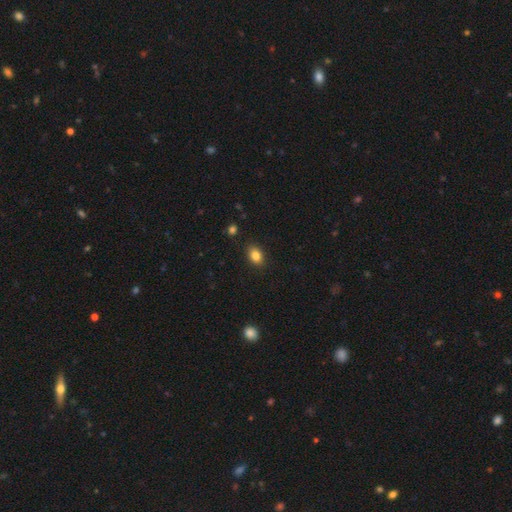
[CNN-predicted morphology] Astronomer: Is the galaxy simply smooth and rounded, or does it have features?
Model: smooth — 84%.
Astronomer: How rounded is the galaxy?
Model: in between — 75%.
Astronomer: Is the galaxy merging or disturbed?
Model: none — 87%.